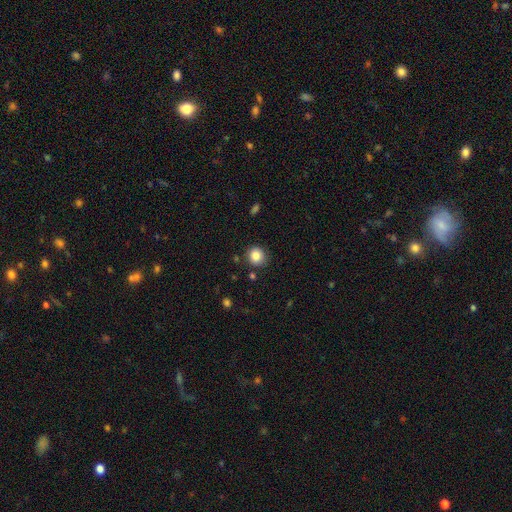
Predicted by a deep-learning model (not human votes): This appears to be a smooth galaxy with no disk features (85%) that is round (88%). Merging: none (84%).